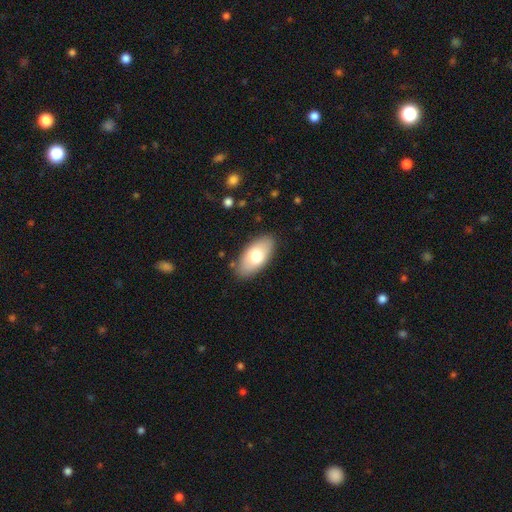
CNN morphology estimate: The model was most divided on "smooth or featured": smooth: 70%, featured or disk: 24%, star or artifact: 6%. More confident: how rounded — in between (93%); merging — none (86%).